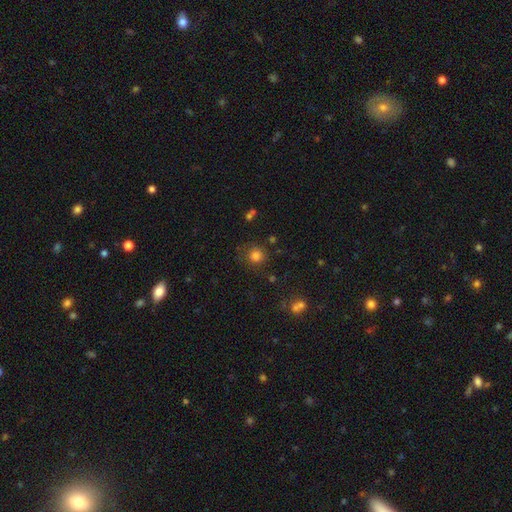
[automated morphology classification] Smooth or featured: smooth — 79% (star or artifact — 15%)
How rounded: round — 91% (in between — 8%)
Merging: none — 79% (minor disturbance — 13%)